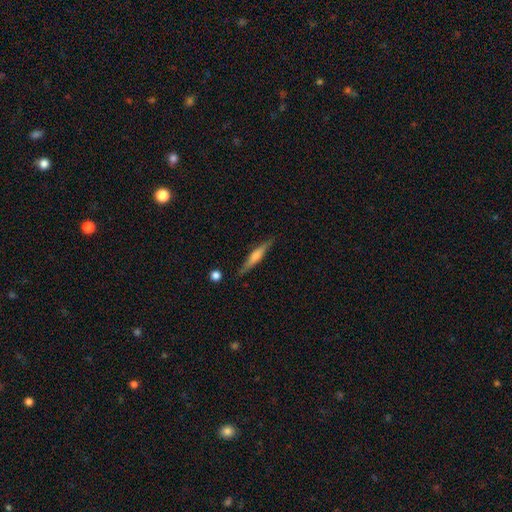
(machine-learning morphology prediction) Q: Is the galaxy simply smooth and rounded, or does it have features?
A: featured or disk — 58%.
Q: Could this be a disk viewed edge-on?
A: yes — 96%.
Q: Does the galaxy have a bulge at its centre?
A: rounded — 61%.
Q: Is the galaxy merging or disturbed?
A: none — 86%.